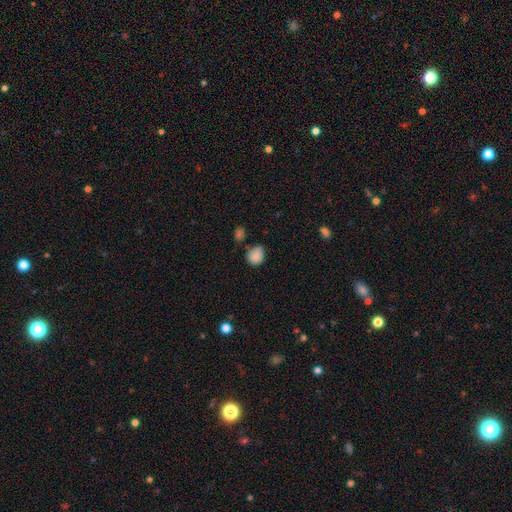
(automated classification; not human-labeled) smooth-or-featured: smooth: 85% | star or artifact: 10% | featured or disk: 5%
  how-rounded: round: 64% | in between: 35% | cigar-shaped: 1%
  merging: none: 58% | minor disturbance: 28% | merger: 8% | major disturbance: 6%